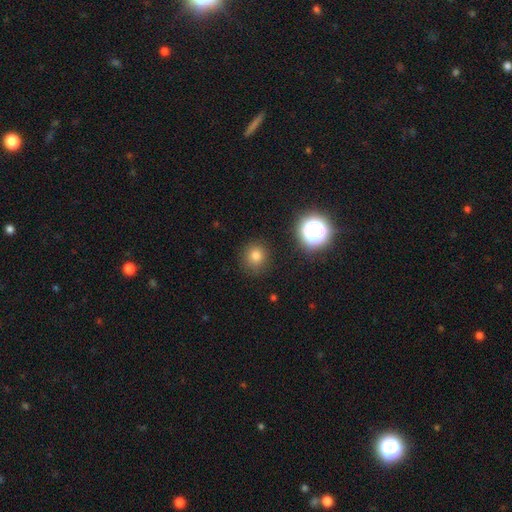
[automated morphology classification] Smooth or featured? Predicted: smooth (p=0.76). How rounded? Predicted: round (p=0.89). Merging? Predicted: none (p=0.88).